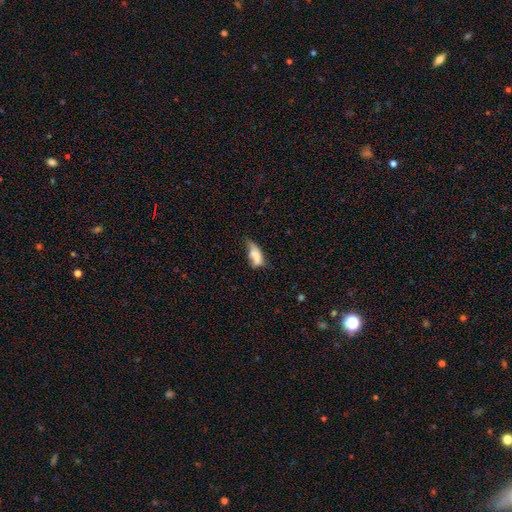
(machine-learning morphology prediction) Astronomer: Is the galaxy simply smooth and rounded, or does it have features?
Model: smooth — 72%.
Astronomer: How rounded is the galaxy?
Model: in between — 79%.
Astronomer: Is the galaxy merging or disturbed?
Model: minor disturbance — 38% (runner-up: none, 29%).